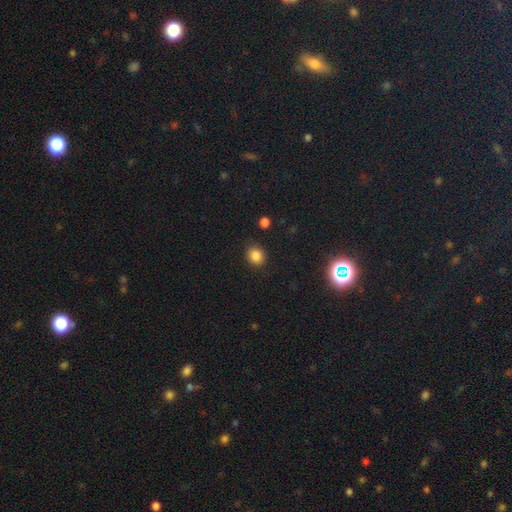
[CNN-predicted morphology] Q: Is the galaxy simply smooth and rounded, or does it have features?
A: smooth — 84%.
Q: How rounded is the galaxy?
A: round — 70%.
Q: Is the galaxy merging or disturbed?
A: none — 87%.